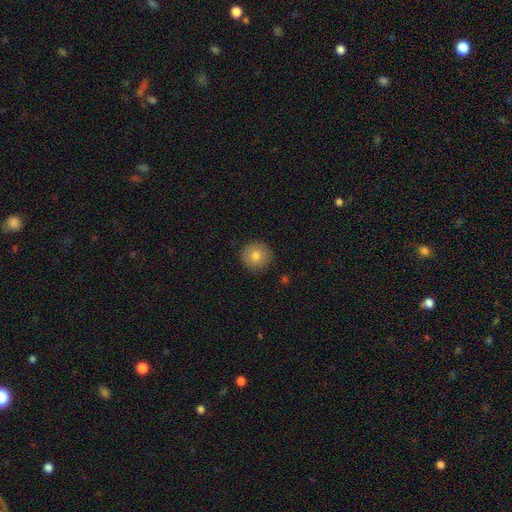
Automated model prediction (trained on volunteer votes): The model was most divided on "smooth or featured": smooth: 79%, featured or disk: 12%, star or artifact: 9%. More confident: how rounded — round (94%); merging — none (90%).